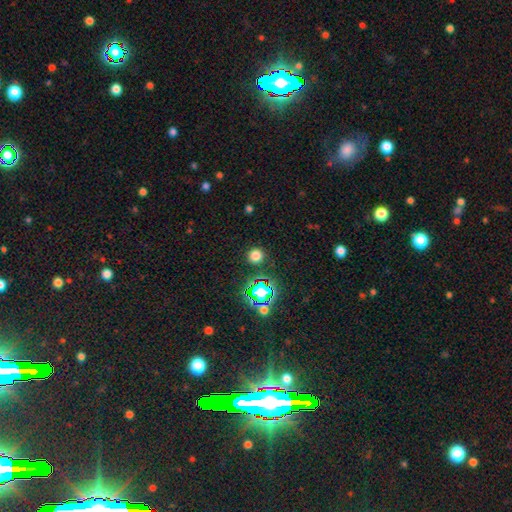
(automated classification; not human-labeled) smooth-or-featured: smooth: 71% | star or artifact: 23% | featured or disk: 6%
  how-rounded: round: 91% | in between: 8% | cigar-shaped: 1%
  merging: none: 88% | minor disturbance: 7% | major disturbance: 3% | merger: 2%